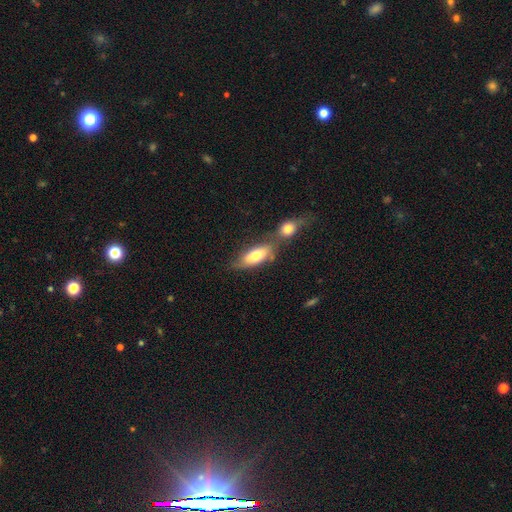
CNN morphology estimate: The model was most divided on "merging": merger: 44%, none: 38%, minor disturbance: 12%, major disturbance: 5%. More confident: how rounded — in between (78%); smooth or featured — smooth (71%).